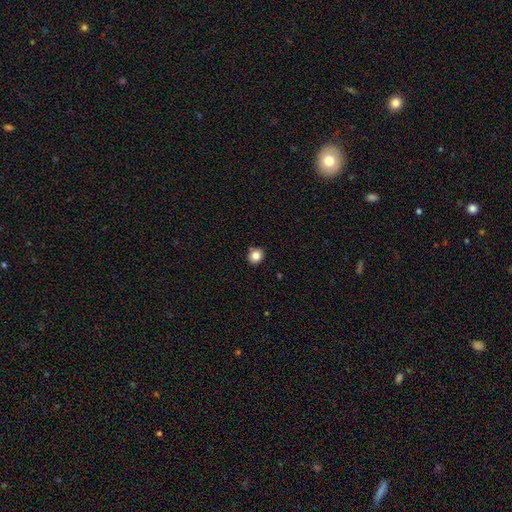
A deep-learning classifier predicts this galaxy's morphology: Smooth or featured?
  - smooth: 84% *
  - star or artifact: 11%
  - featured or disk: 6%
How rounded?
  - round: 82% *
  - in between: 17%
  - cigar-shaped: 1%
Merging?
  - none: 88% *
  - minor disturbance: 8%
  - merger: 2%
  - major disturbance: 2%